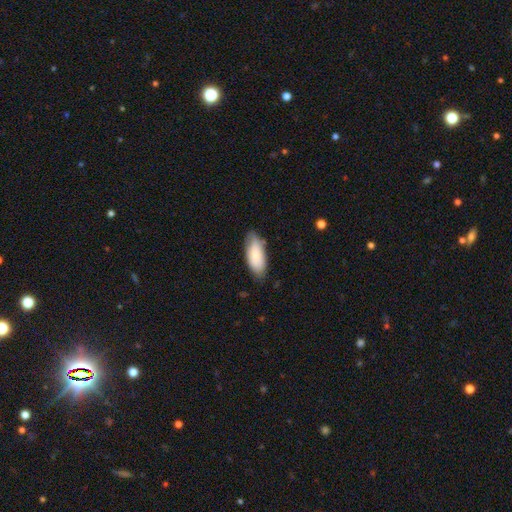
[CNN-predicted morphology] Smooth or featured? smooth (83%)
How rounded? in between (84%)
Merging? none (70%)